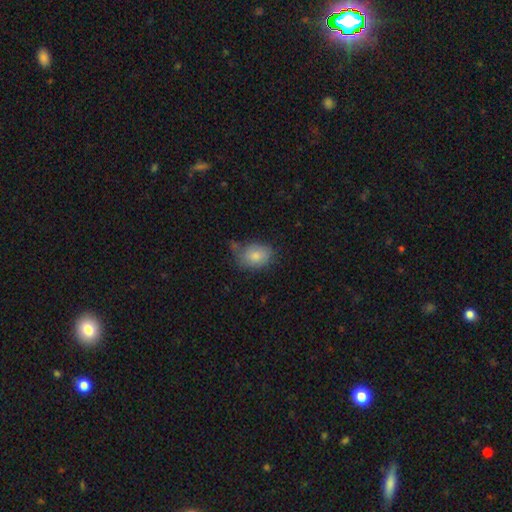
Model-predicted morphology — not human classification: Smooth or featured?
  - smooth: 78% *
  - featured or disk: 14%
  - star or artifact: 8%
How rounded?
  - in between: 64% *
  - round: 35%
  - cigar-shaped: 1%
Merging?
  - none: 51% *
  - minor disturbance: 31%
  - major disturbance: 11%
  - merger: 7%